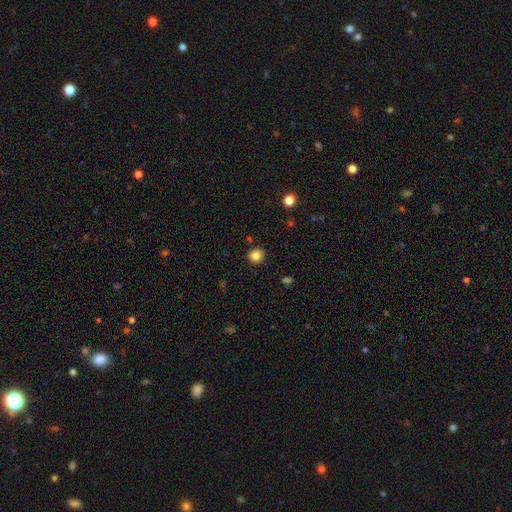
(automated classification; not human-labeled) Smooth or featured?
  - smooth: 84% *
  - star or artifact: 11%
  - featured or disk: 5%
How rounded?
  - round: 91% *
  - in between: 8%
  - cigar-shaped: 1%
Merging?
  - none: 90% *
  - minor disturbance: 6%
  - major disturbance: 2%
  - merger: 2%